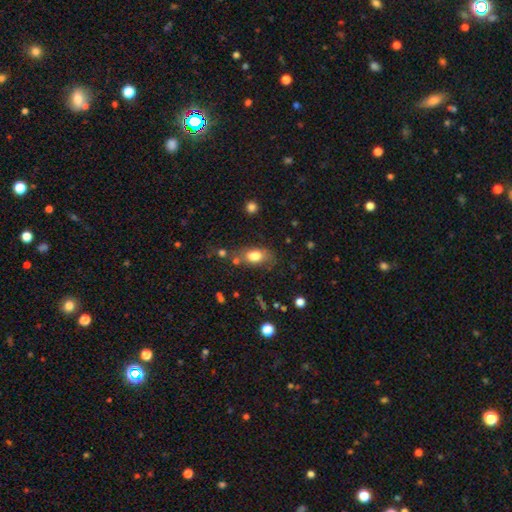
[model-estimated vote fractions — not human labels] smooth_or_featured: smooth (p=0.77) [alt: featured or disk p=0.14]
how_rounded: in between (p=0.85) [alt: round p=0.11]
merging: none (p=0.52) [alt: minor disturbance p=0.25]